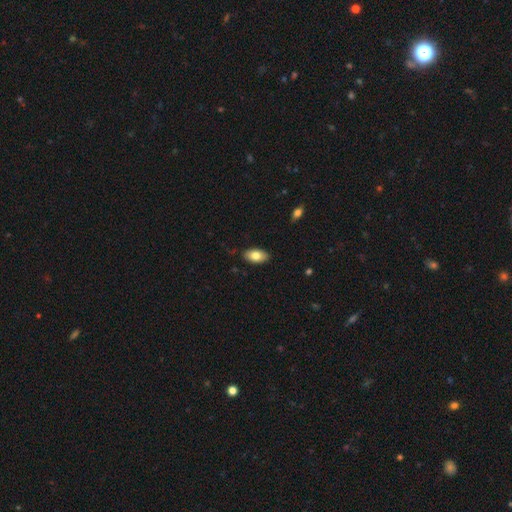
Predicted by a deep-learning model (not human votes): This is likely a smooth galaxy (80%). How rounded: clearly in between (93%). Merging: clearly none (87%).